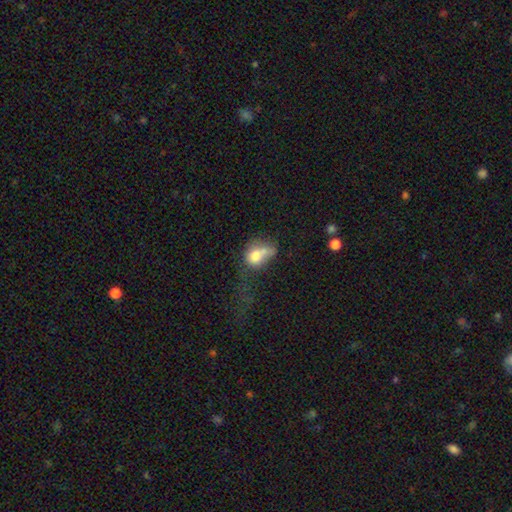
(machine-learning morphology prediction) Smooth or featured?
  - smooth: 69% *
  - featured or disk: 21%
  - star or artifact: 11%
How rounded?
  - in between: 52% *
  - round: 47%
  - cigar-shaped: 2%
Merging?
  - merger: 43% *
  - major disturbance: 23%
  - none: 19%
  - minor disturbance: 16%